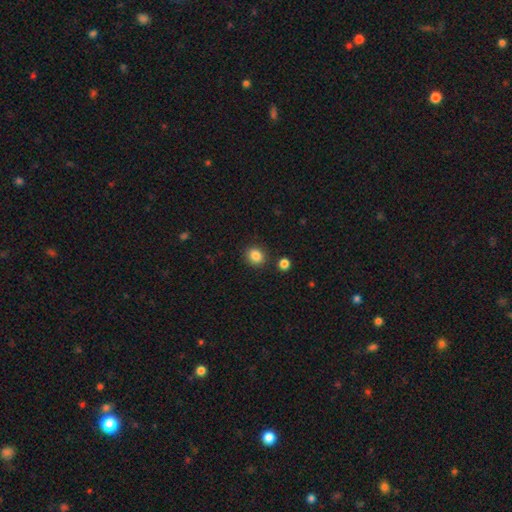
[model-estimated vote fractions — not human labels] This appears to be a smooth galaxy with no disk features (85%) that is round (67%). Merging: none (86%).